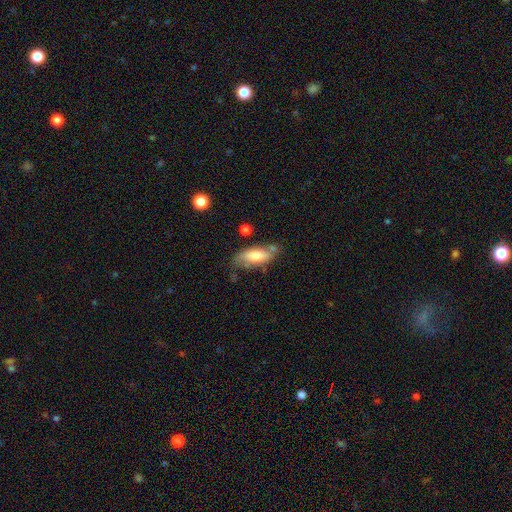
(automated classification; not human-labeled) Smooth or featured? Predicted: smooth (p=0.64). How rounded? Predicted: in between (p=0.73). Merging? Predicted: none (p=0.58).